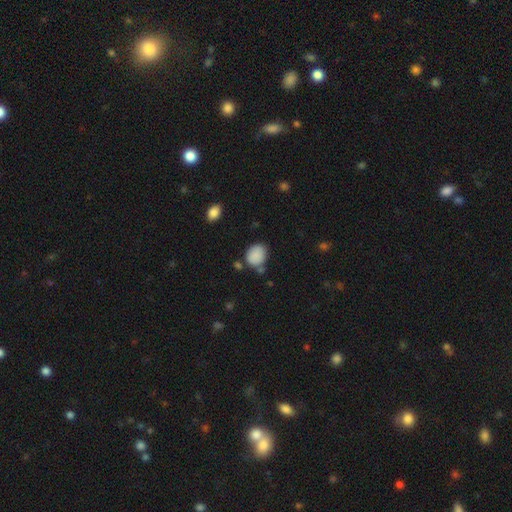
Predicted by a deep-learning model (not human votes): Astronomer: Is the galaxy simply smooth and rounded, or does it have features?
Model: smooth — 87%.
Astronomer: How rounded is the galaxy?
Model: round — 54% (runner-up: in between, 45%).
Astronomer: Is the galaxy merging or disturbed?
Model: none — 63%.